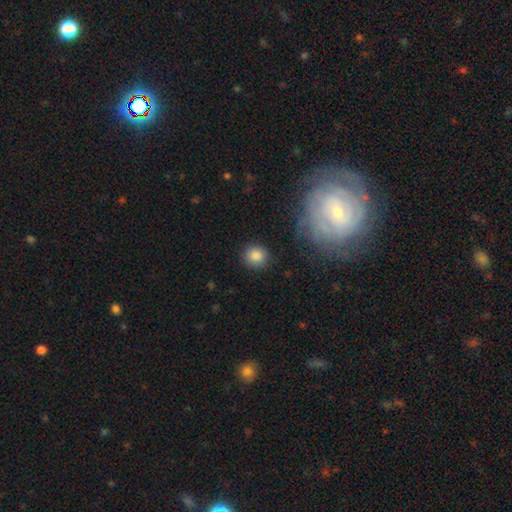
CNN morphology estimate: smooth-or-featured: smooth: 84% | star or artifact: 10% | featured or disk: 6%
  how-rounded: round: 89% | in between: 10% | cigar-shaped: 1%
  merging: none: 87% | minor disturbance: 8% | major disturbance: 3% | merger: 2%